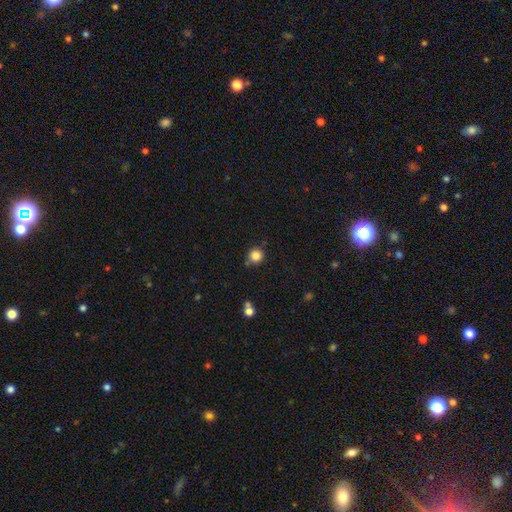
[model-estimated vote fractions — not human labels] Smooth or featured? smooth (85%)
How rounded? round (94%)
Merging? none (80%)